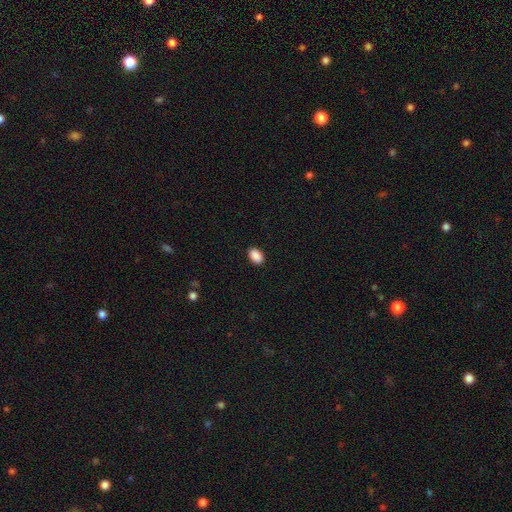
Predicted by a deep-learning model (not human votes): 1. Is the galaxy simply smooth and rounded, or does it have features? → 90% smooth, 7% star or artifact, 2% featured or disk.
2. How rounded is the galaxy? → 89% in between, 10% round, 1% cigar-shaped.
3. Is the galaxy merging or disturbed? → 90% none, 7% minor disturbance, 2% major disturbance, 1% merger.